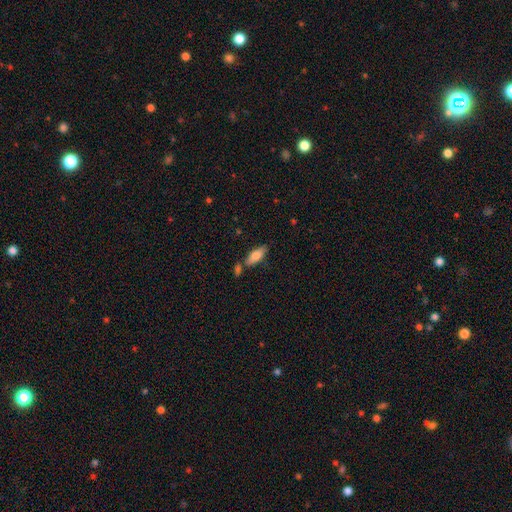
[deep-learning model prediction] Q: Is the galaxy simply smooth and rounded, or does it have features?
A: smooth — 75%.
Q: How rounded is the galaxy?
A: in between — 69%.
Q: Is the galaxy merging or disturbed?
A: none — 64%.